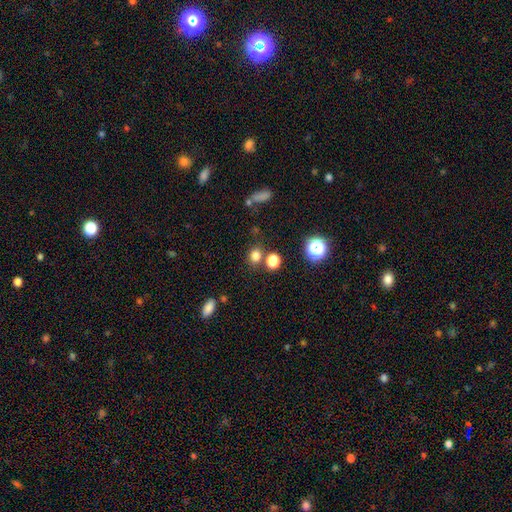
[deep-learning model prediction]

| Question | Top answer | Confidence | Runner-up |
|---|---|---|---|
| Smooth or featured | smooth | 77% | star or artifact (17%) |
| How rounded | round | 77% | in between (22%) |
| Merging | none | 72% | merger (15%) |